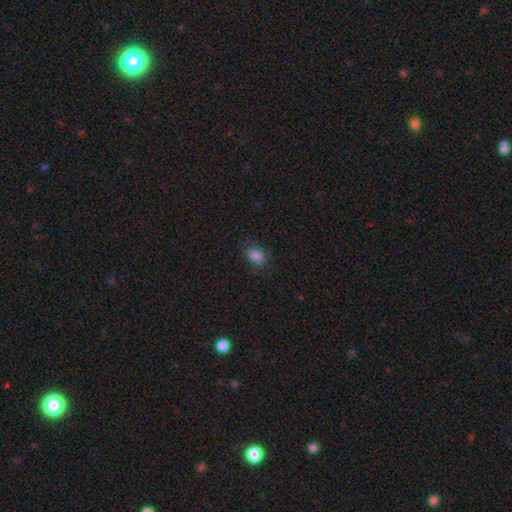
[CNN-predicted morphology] Overall: smooth (84%). How rounded: in between (77%). Merging: none (78%).